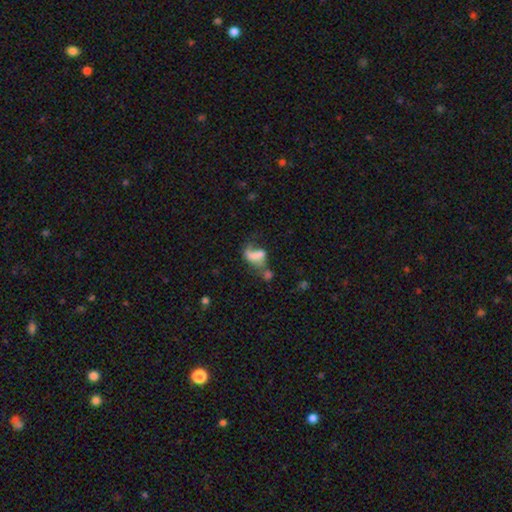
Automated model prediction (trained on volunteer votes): A smooth galaxy with no disk features (51%) that is in between round and cigar-shaped (82%). Merging: merger (36%).